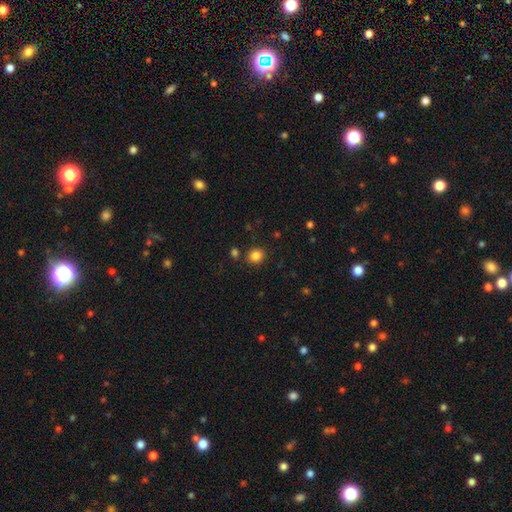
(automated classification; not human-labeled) This appears to be a smooth galaxy with no disk features (85%) that is round (77%). Merging: none (86%).